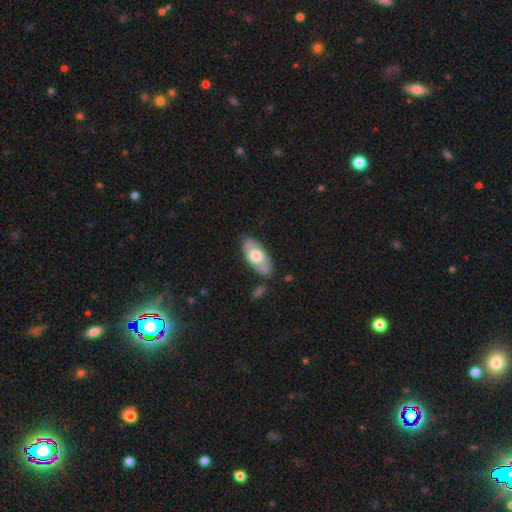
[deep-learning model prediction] Smooth or featured: smooth — 50% (featured or disk — 45%)
How rounded: in between — 90% (cigar-shaped — 7%)
Merging: none — 77% (minor disturbance — 16%)